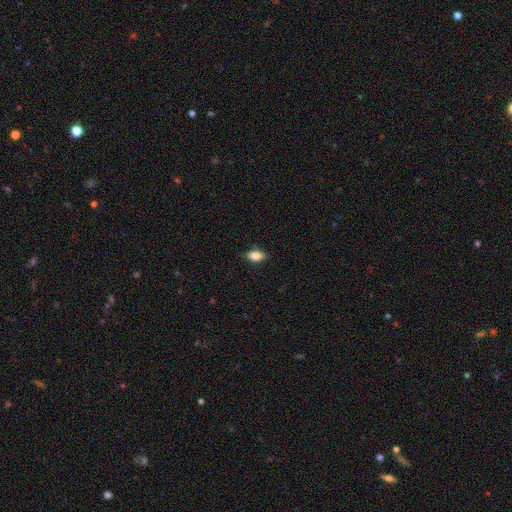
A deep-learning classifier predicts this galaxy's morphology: Smooth or featured? smooth (78%)
How rounded? in between (84%)
Merging? none (83%)